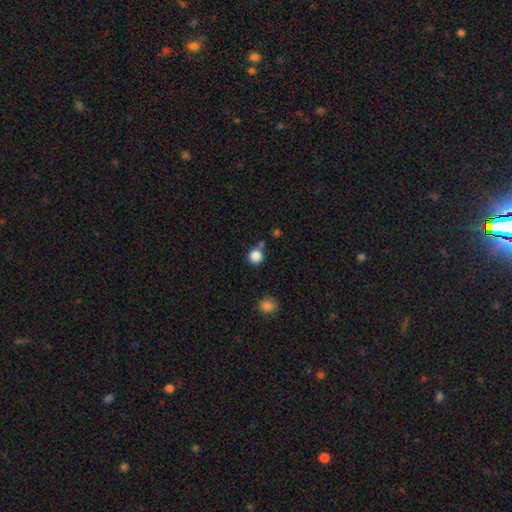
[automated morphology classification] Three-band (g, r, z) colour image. It shows a smooth galaxy with no disk features (85%) that is round (93%). Merging: none (73%).